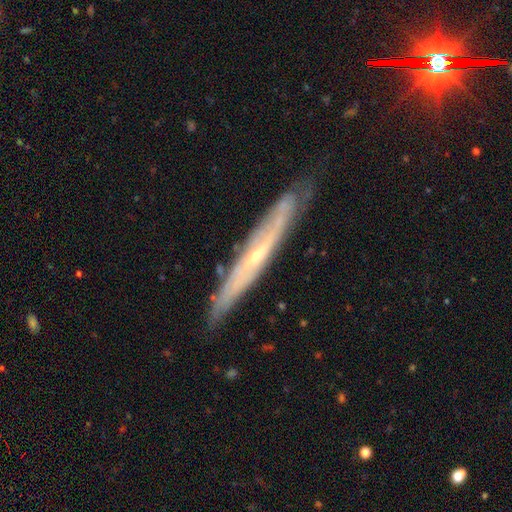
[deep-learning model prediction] Q: Smooth or featured?
A: featured or disk (76%); runner-up: smooth (17%)
Q: Edge-on disk?
A: yes (73%); runner-up: no (27%)
Q: Edge-on bulge?
A: rounded (50%); runner-up: none (47%)
Q: Merging?
A: none (79%); runner-up: minor disturbance (17%)